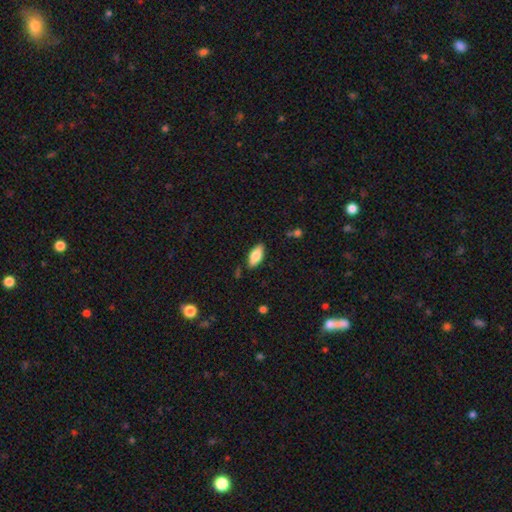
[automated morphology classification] Q: Smooth or featured?
A: smooth (78%); runner-up: featured or disk (16%)
Q: How rounded?
A: in between (85%); runner-up: cigar-shaped (13%)
Q: Merging?
A: none (83%); runner-up: minor disturbance (12%)